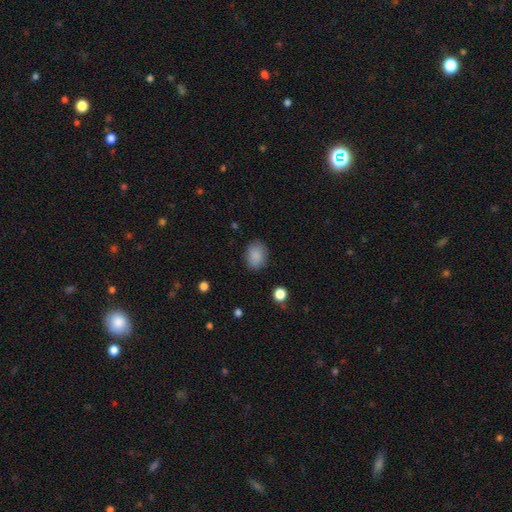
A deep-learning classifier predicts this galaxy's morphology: Q: Smooth or featured?
A: smooth (87%); runner-up: star or artifact (9%)
Q: How rounded?
A: in between (61%); runner-up: round (38%)
Q: Merging?
A: none (84%); runner-up: minor disturbance (12%)